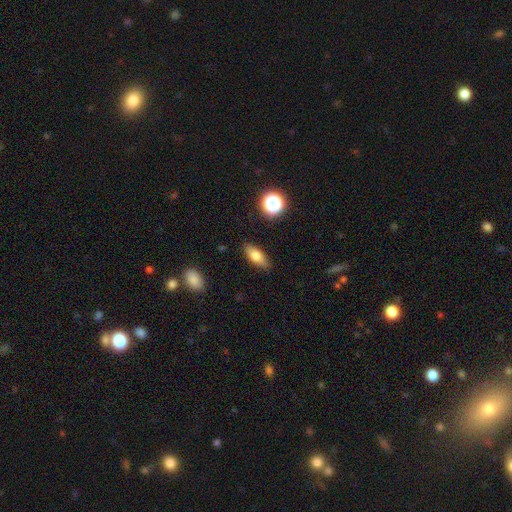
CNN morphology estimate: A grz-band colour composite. It shows a smooth galaxy with no disk features (73%) that is in between round and cigar-shaped (76%). Merging: none (87%).